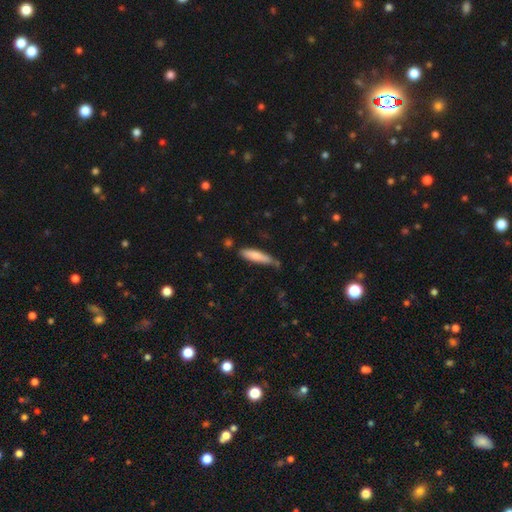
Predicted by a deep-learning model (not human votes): A smooth galaxy with no disk features (74%) that is cigar-shaped (79%).

Vote fractions:
- Smooth or featured? smooth: 74% / featured or disk: 20% / star or artifact: 6%
- How rounded? cigar-shaped: 79% / in between: 20% / round: 1%
- Merging? none: 62% / minor disturbance: 27% / merger: 5% / major disturbance: 5%